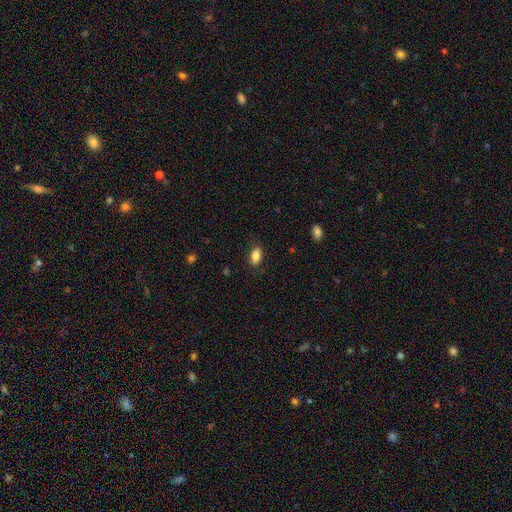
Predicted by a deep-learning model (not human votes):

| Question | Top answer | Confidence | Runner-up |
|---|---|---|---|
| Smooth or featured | smooth | 86% | star or artifact (8%) |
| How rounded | in between | 90% | round (6%) |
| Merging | none | 84% | minor disturbance (12%) |